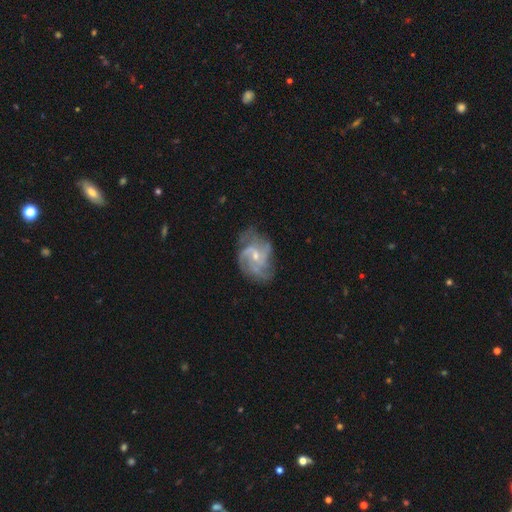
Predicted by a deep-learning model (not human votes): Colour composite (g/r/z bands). It shows a featured or disk galaxy (83%) with a weak bar (46%, tied with no), 3 (31%) medium (48%) spiral arms (94%) and a small central bulge (59%). Merging: none (58%).